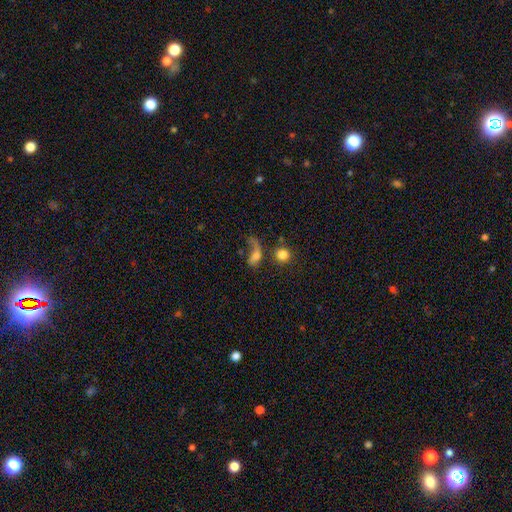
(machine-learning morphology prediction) Smooth or featured?
  - smooth: 48% *
  - featured or disk: 38%
  - star or artifact: 14%
Merging?
  - major disturbance: 43% *
  - none: 25%
  - merger: 17%
  - minor disturbance: 15%